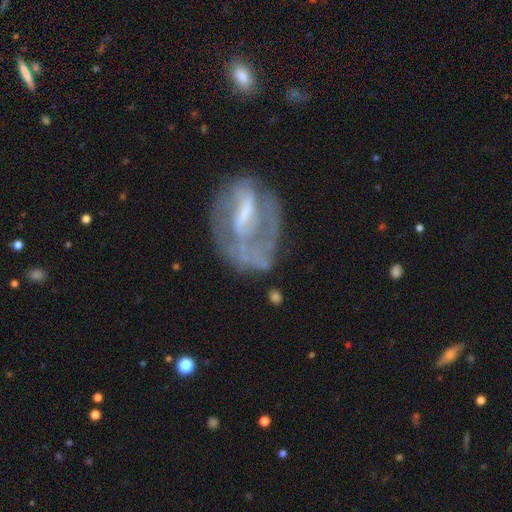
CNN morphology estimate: A featured or disk galaxy (67%) with a weak bar (40%), no spiral arms (51%) and a small central bulge (32%).

Vote fractions:
- Smooth or featured? featured or disk: 67% / smooth: 24% / star or artifact: 9%
- Edge-on disk? no: 95% / yes: 5%
- Bar? weak: 40% / strong: 33% / no: 27%
- Spiral arms? no: 51% / yes: 49%
- Bulge size? small: 32% / moderate: 31% / none: 30% / large: 6% / dominant: 1%
- Merging? none: 44% / major disturbance: 28% / minor disturbance: 23% / merger: 5%